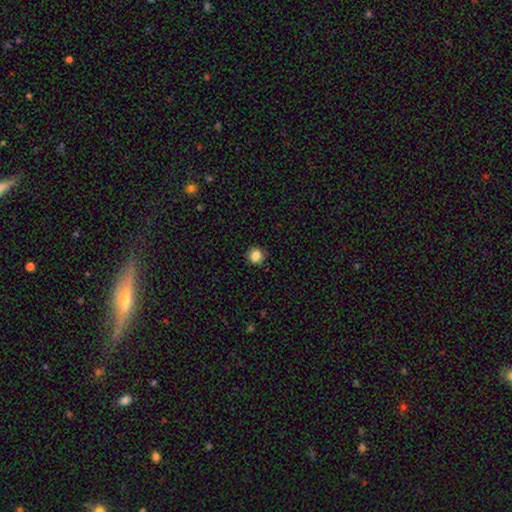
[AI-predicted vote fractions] Smooth or featured? smooth (86%)
How rounded? round (93%)
Merging? none (91%)